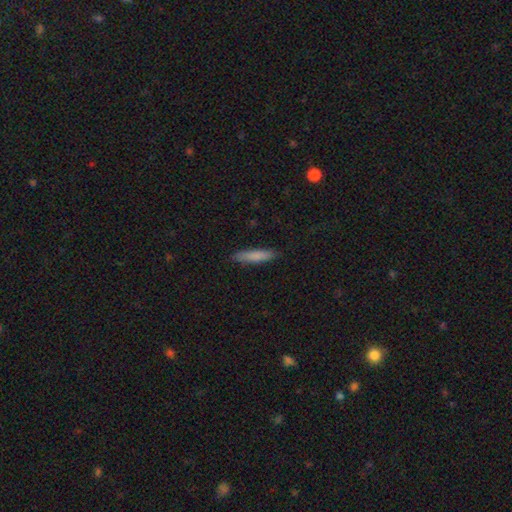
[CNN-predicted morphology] Smooth or featured?
  - smooth: 82% *
  - featured or disk: 12%
  - star or artifact: 6%
How rounded?
  - cigar-shaped: 85% *
  - in between: 13%
  - round: 1%
Merging?
  - none: 87% *
  - minor disturbance: 10%
  - major disturbance: 2%
  - merger: 1%